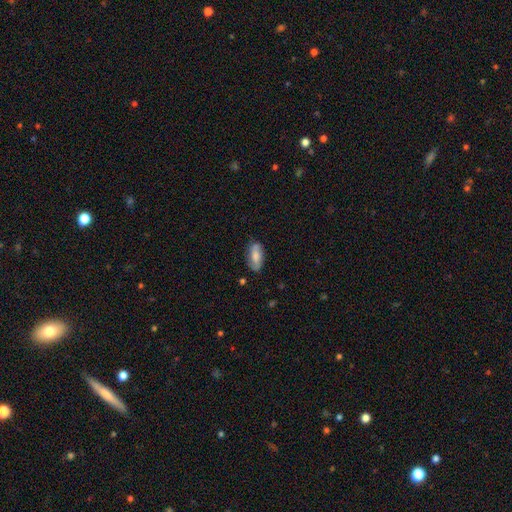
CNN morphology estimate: A smooth galaxy with no disk features (64%) that is in between round and cigar-shaped (86%). Merging: none (75%).